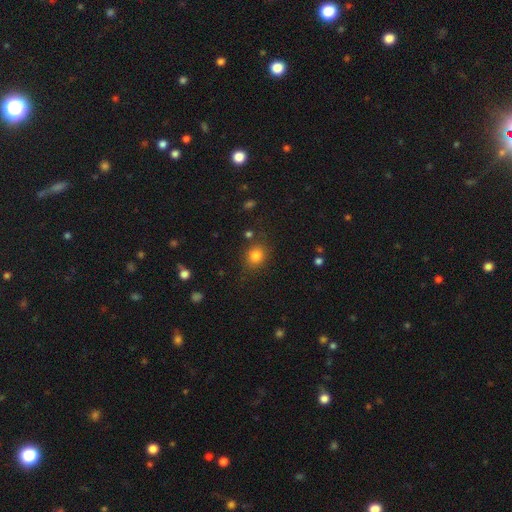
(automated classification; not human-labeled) Q: Smooth or featured?
A: smooth (82%); runner-up: star or artifact (12%)
Q: How rounded?
A: round (75%); runner-up: in between (24%)
Q: Merging?
A: none (81%); runner-up: minor disturbance (11%)